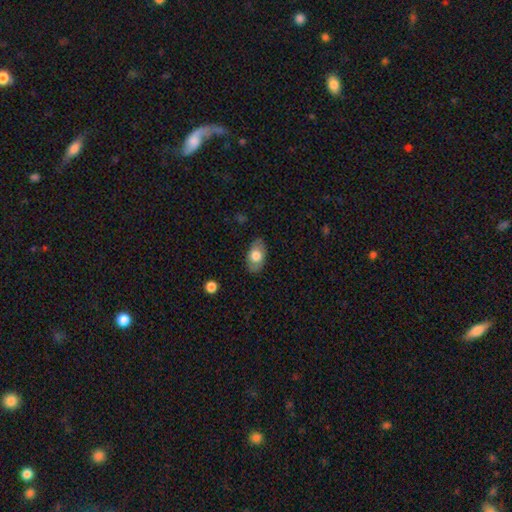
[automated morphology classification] Smooth or featured?
  - smooth: 66% *
  - featured or disk: 28%
  - star or artifact: 6%
How rounded?
  - in between: 91% *
  - round: 7%
  - cigar-shaped: 2%
Merging?
  - none: 82% *
  - minor disturbance: 14%
  - major disturbance: 3%
  - merger: 1%